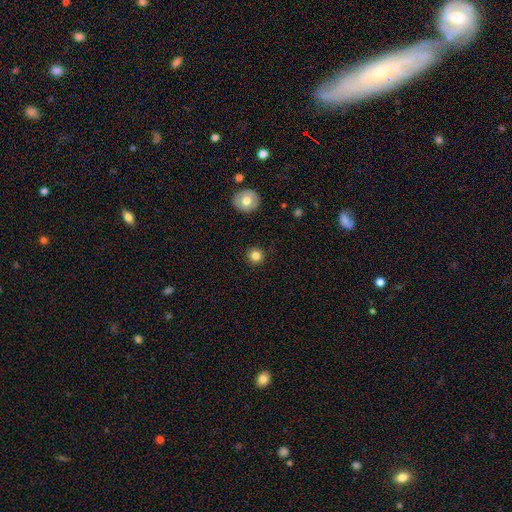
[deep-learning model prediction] Smooth or featured?
  - smooth: 82% *
  - star or artifact: 11%
  - featured or disk: 7%
How rounded?
  - round: 94% *
  - in between: 5%
  - cigar-shaped: 1%
Merging?
  - none: 91% *
  - minor disturbance: 6%
  - major disturbance: 2%
  - merger: 1%